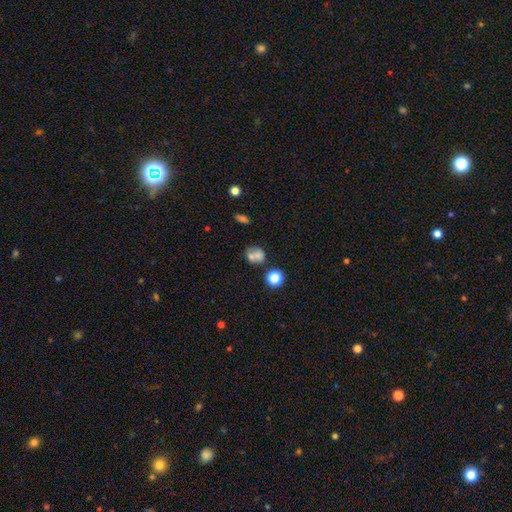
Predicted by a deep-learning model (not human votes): Morphology: type=smooth (69%); roundness=round (65%); merging=merger (45%).